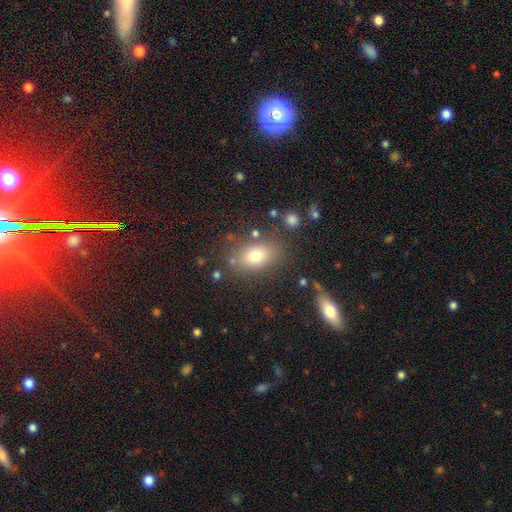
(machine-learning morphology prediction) This is likely a smooth galaxy (75%). How rounded: likely in between (75%). Merging: likely none (77%).